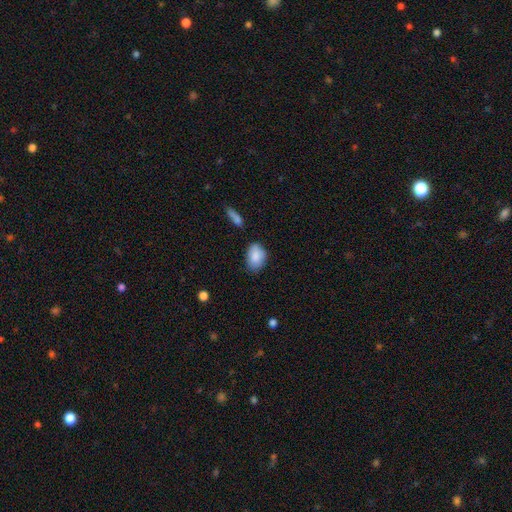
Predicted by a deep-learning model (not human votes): Overall: smooth (87%). How rounded: in between (84%). Merging: none (74%).